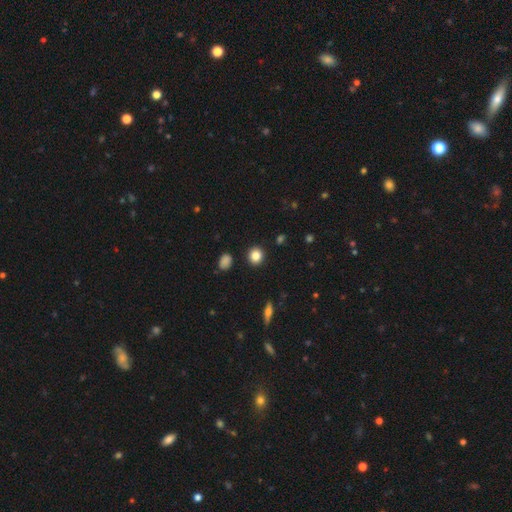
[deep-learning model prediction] Smooth or featured?
  - smooth: 85% *
  - star or artifact: 10%
  - featured or disk: 5%
How rounded?
  - round: 86% *
  - in between: 12%
  - cigar-shaped: 1%
Merging?
  - none: 91% *
  - minor disturbance: 5%
  - major disturbance: 2%
  - merger: 2%